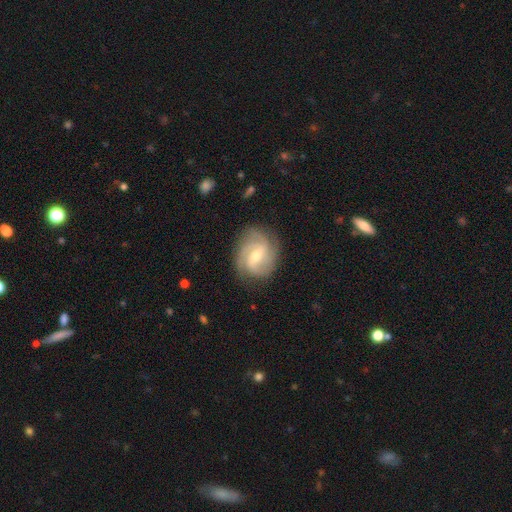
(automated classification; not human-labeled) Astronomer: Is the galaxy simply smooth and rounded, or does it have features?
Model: featured or disk — 86%.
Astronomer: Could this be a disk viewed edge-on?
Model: no — 97%.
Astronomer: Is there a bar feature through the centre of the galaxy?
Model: weak — 51% (runner-up: no, 32%).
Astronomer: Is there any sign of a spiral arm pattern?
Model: yes — 97%.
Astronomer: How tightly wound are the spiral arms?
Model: tight — 45% (runner-up: medium, 43%).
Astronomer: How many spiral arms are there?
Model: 3 — 49%.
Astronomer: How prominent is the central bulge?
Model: moderate — 58% (runner-up: small, 38%).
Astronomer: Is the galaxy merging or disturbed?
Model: none — 80%.